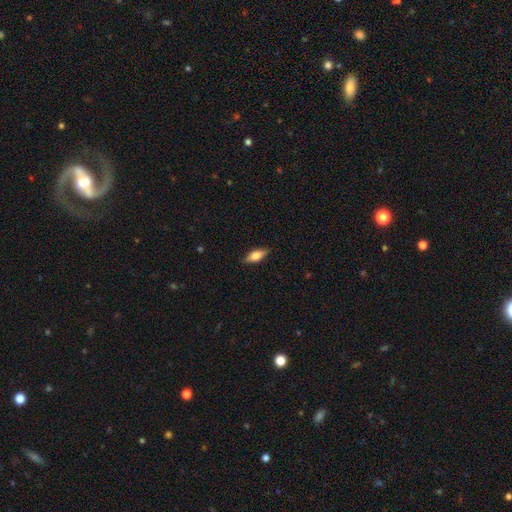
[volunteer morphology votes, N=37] A smooth galaxy with no disk features (68%) that is in between round and cigar-shaped (76%).

Vote fractions:
- Smooth or featured? smooth: 68% / featured or disk: 30% / star or artifact: 3%
- How rounded? in between: 76% / round: 12% / cigar-shaped: 12%
- Merging? none: 83% / minor disturbance: 11% / major disturbance: 6% / merger: 0%